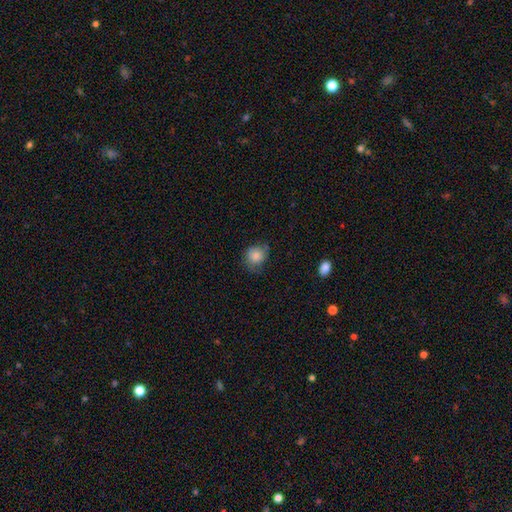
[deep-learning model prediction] A smooth galaxy with no disk features (82%) that is round (76%).

Vote fractions:
- Smooth or featured? smooth: 82% / featured or disk: 10% / star or artifact: 8%
- How rounded? round: 76% / in between: 23% / cigar-shaped: 1%
- Merging? none: 59% / minor disturbance: 30% / major disturbance: 9% / merger: 1%